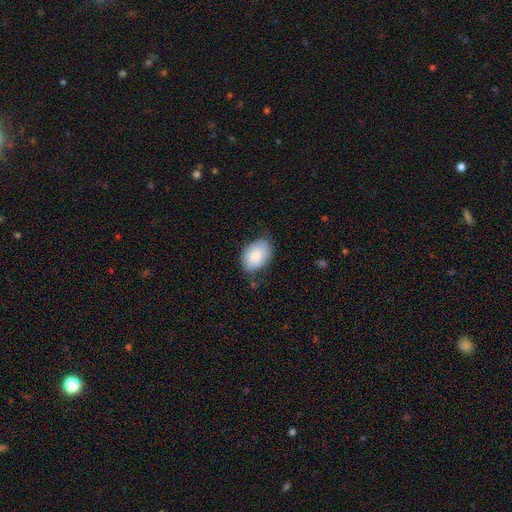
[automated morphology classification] Q: Smooth or featured?
A: smooth (80%); runner-up: featured or disk (13%)
Q: How rounded?
A: in between (85%); runner-up: round (14%)
Q: Merging?
A: none (63%); runner-up: minor disturbance (29%)